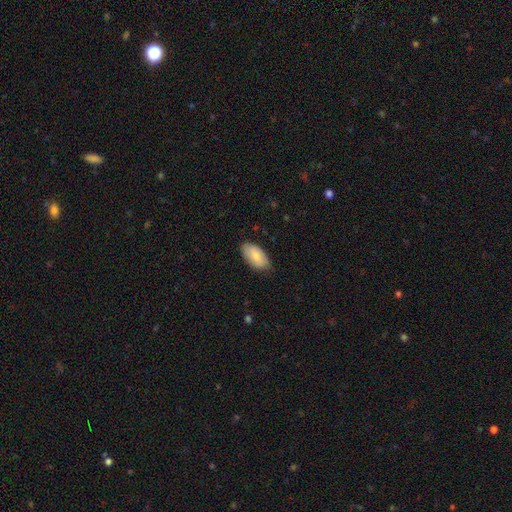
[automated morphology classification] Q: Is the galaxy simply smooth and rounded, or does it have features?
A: smooth — 80%.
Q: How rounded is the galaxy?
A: in between — 95%.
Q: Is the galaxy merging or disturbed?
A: none — 81%.